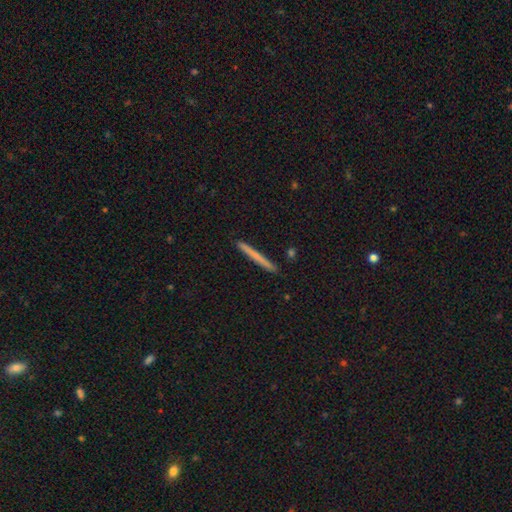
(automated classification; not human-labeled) This appears to be a smooth galaxy with no disk features (64%) that is cigar-shaped (97%). Merging: none (92%).